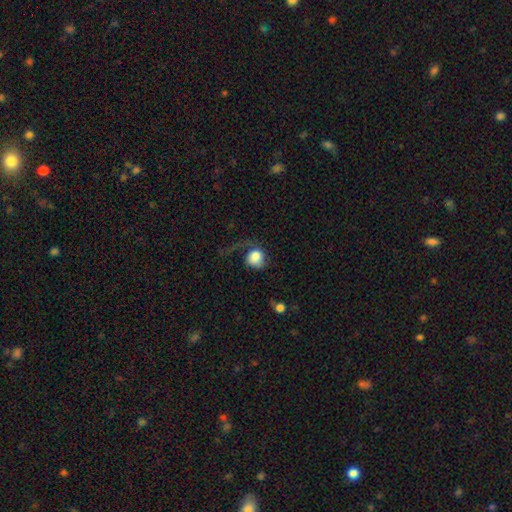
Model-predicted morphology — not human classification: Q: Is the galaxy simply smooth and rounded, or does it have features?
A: smooth — 73%.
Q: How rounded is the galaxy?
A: round — 76%.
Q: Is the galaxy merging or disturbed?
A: major disturbance — 50%.